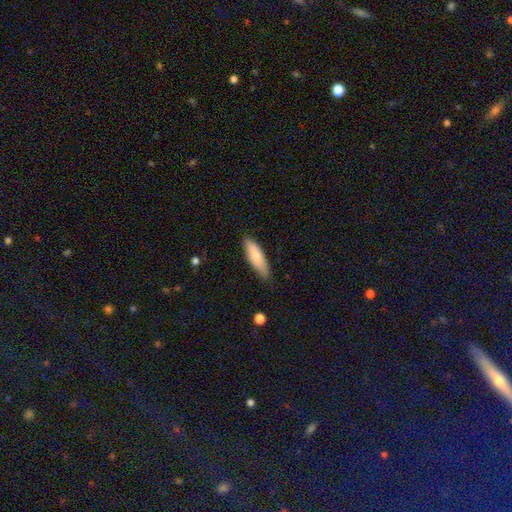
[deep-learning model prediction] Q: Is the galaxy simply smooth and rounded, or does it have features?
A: smooth — 79%.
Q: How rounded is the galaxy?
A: cigar-shaped — 52%.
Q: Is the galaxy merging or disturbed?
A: none — 79%.